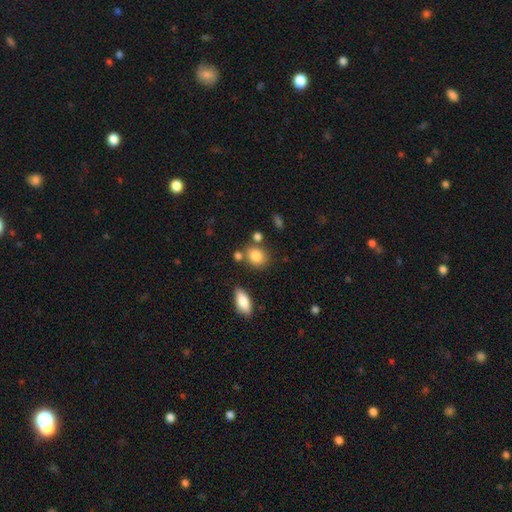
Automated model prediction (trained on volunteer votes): Overall: smooth (85%). How rounded: round (57%; in between 42%). Merging: none (70%).